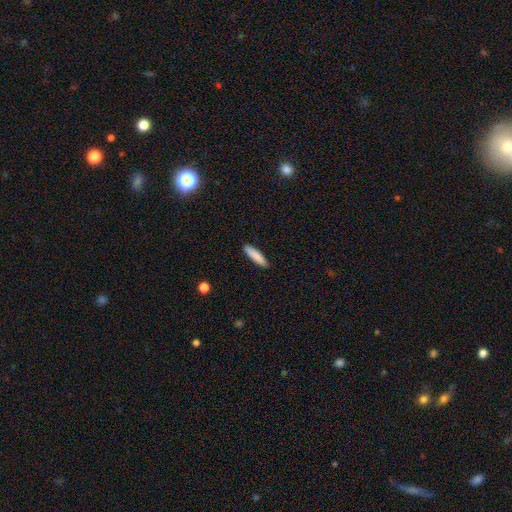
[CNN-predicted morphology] Smooth or featured?
  - smooth: 86% *
  - featured or disk: 8%
  - star or artifact: 6%
How rounded?
  - cigar-shaped: 81% *
  - in between: 18%
  - round: 1%
Merging?
  - none: 90% *
  - minor disturbance: 7%
  - major disturbance: 2%
  - merger: 1%